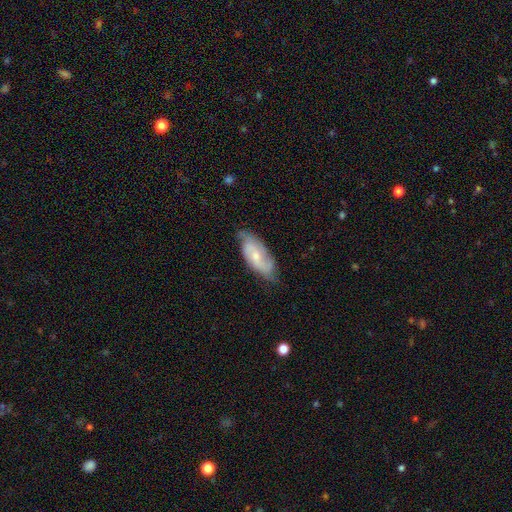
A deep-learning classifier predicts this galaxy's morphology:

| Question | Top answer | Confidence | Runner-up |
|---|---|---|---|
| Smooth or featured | featured or disk | 60% | smooth (34%) |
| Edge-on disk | no | 90% | yes (10%) |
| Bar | no | 62% | weak (31%) |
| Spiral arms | yes | 87% | no (13%) |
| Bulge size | small | 55% | moderate (39%) |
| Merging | none | 67% | minor disturbance (26%) |